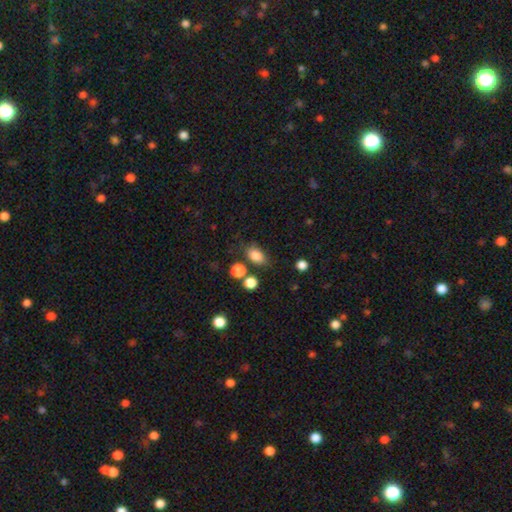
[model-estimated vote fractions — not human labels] This appears to be a smooth galaxy with no disk features (83%) that is in between round and cigar-shaped (79%). Merging: none (69%).